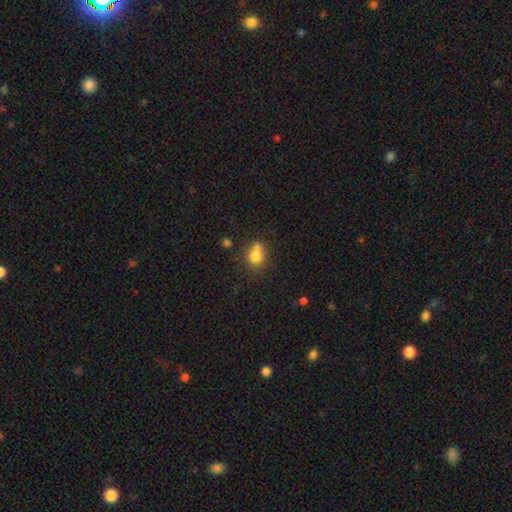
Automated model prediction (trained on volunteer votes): Smooth or featured? Predicted: smooth (p=0.77). How rounded? Predicted: round (p=0.76). Merging? Predicted: none (p=0.48).